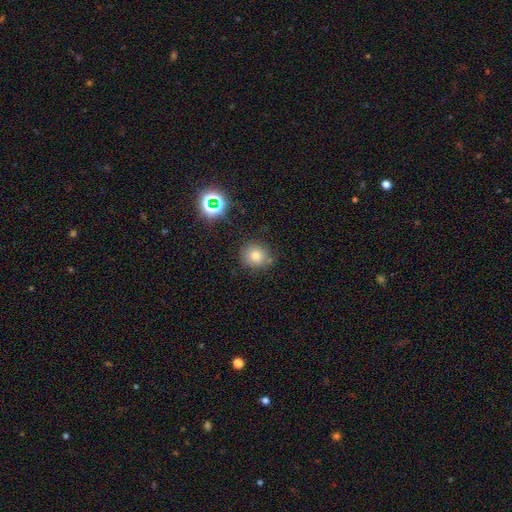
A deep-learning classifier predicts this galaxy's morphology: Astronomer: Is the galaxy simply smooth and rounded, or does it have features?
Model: smooth — 72%.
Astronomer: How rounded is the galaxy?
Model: round — 83%.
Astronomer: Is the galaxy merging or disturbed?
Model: none — 77%.